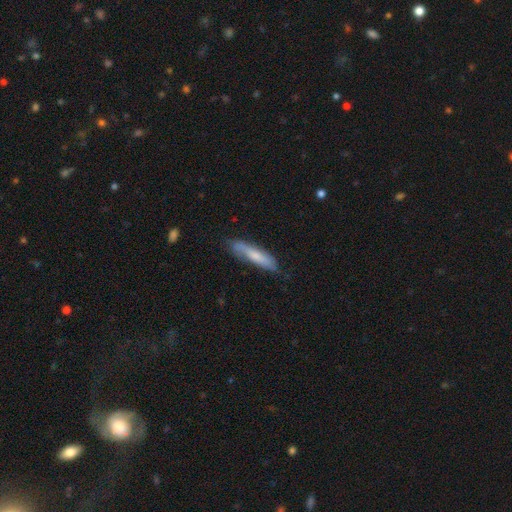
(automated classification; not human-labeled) A smooth galaxy with no disk features (66%) that is cigar-shaped (82%). Merging: none (70%).